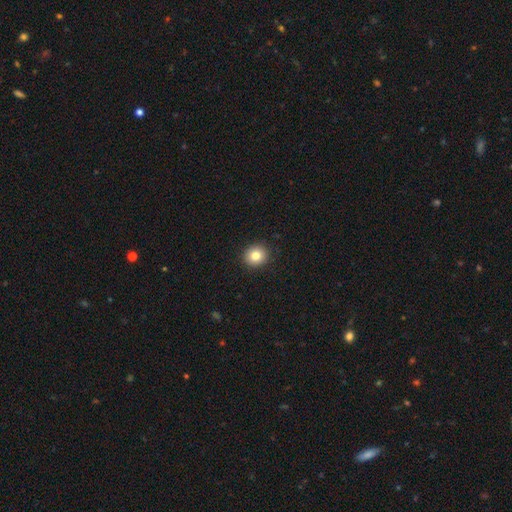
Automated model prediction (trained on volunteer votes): smooth-or-featured: smooth: 82% | star or artifact: 10% | featured or disk: 8%
  how-rounded: round: 84% | in between: 15% | cigar-shaped: 1%
  merging: none: 92% | minor disturbance: 6% | major disturbance: 2% | merger: 1%